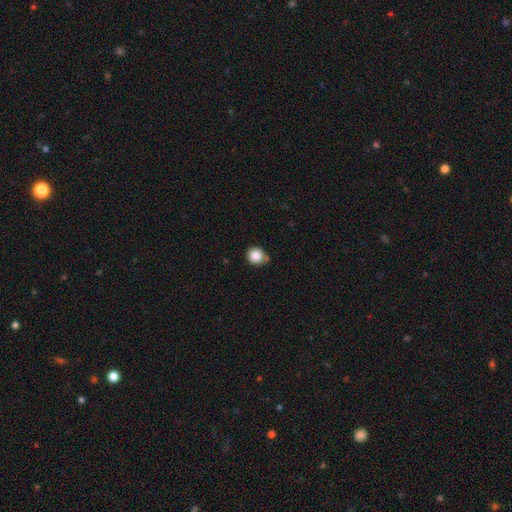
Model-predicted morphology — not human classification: Smooth or featured? smooth (86%)
How rounded? round (91%)
Merging? none (71%)